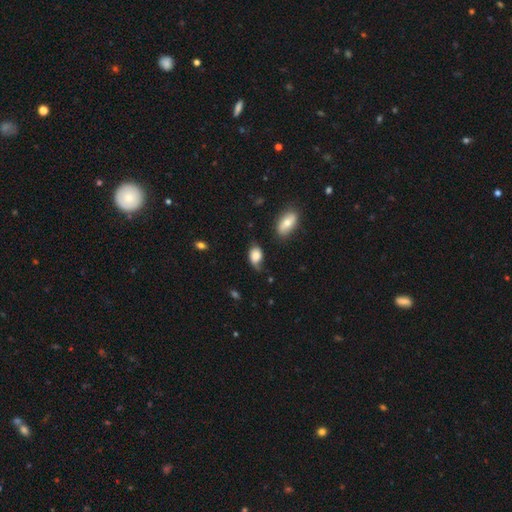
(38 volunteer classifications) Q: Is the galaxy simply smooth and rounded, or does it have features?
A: smooth — 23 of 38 (61%).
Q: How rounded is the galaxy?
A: in between — 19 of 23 (83%).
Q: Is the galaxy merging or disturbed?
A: minor disturbance — 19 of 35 (54%).